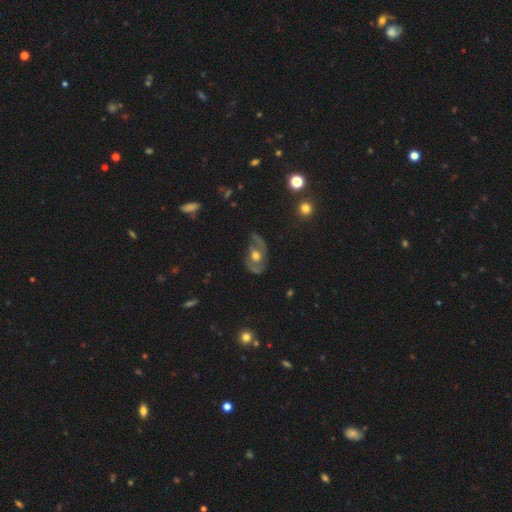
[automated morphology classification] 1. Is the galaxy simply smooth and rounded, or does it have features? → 75% featured or disk, 16% smooth, 8% star or artifact.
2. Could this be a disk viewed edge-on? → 94% no, 6% yes.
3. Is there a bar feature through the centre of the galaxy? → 64% no, 28% weak, 8% strong.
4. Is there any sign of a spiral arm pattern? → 82% yes, 18% no.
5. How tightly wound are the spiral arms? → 46% medium, 34% loose, 20% tight.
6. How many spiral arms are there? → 77% 2, 10% can't tell, 8% 1, 2% 3, 1% 4, 1% more than 4.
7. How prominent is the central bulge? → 71% moderate, 15% small, 11% large, 2% none, 1% dominant.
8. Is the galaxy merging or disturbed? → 60% none, 21% minor disturbance, 17% major disturbance, 2% merger.